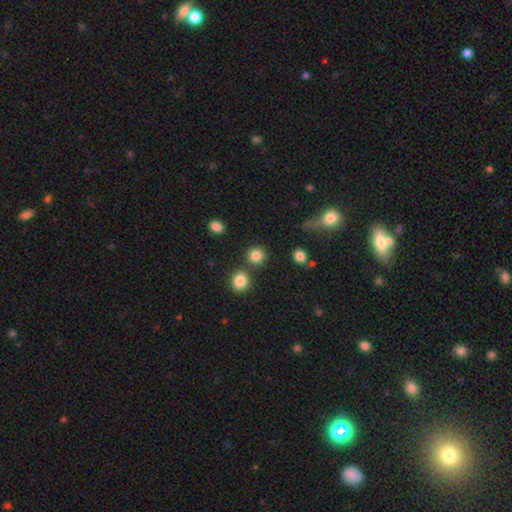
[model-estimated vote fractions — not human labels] The model was most divided on "merging": none: 79%, merger: 11%, minor disturbance: 7%, major disturbance: 3%. More confident: how rounded — round (90%); smooth or featured — smooth (83%).